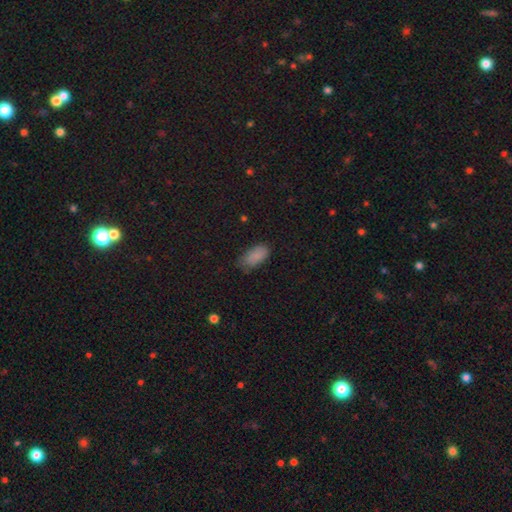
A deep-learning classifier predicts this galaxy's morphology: This appears to be a smooth galaxy with no disk features (85%) that is in between round and cigar-shaped (93%). Merging: none (61%).